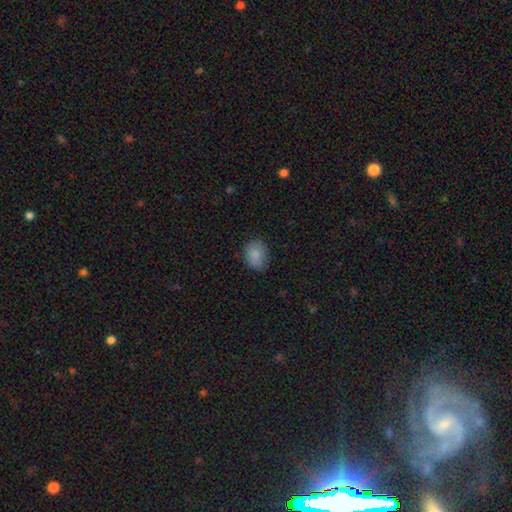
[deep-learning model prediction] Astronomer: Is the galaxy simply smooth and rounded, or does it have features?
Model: smooth — 86%.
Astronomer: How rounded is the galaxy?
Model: in between — 63%.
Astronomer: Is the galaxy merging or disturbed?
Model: none — 78%.